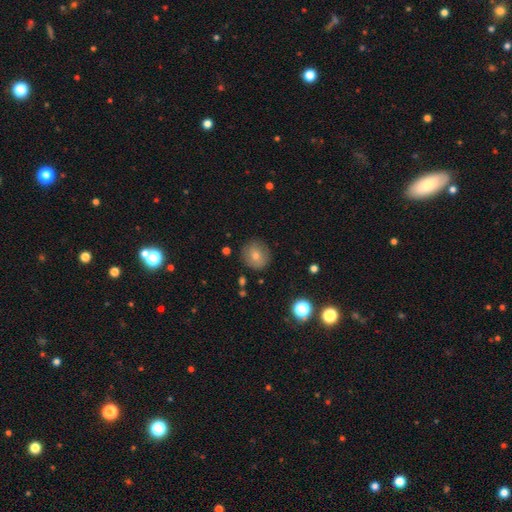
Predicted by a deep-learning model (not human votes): Q: Smooth or featured?
A: smooth (65%); runner-up: featured or disk (20%)
Q: How rounded?
A: round (91%); runner-up: in between (8%)
Q: Merging?
A: none (87%); runner-up: minor disturbance (9%)